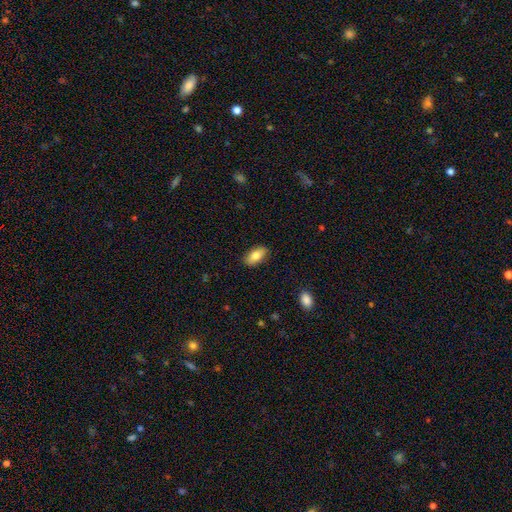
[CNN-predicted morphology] smooth-or-featured: smooth: 79% | featured or disk: 15% | star or artifact: 7%
  how-rounded: in between: 89% | cigar-shaped: 7% | round: 3%
  merging: none: 87% | minor disturbance: 10% | major disturbance: 2% | merger: 1%